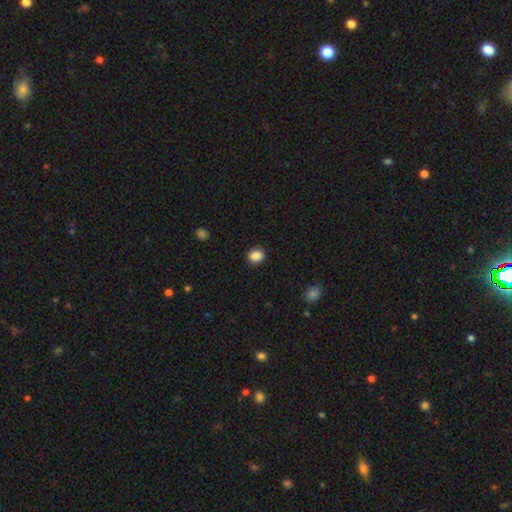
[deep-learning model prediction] Overall: smooth (87%). How rounded: round (67%; in between 32%). Merging: none (89%).